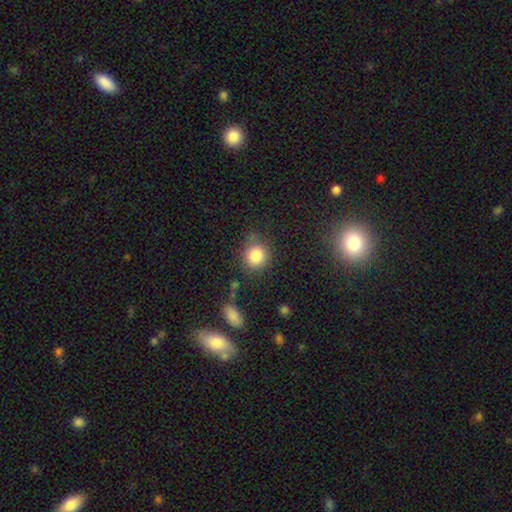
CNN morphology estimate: smooth-or-featured: smooth: 85% | star or artifact: 9% | featured or disk: 5%
  how-rounded: round: 80% | in between: 19% | cigar-shaped: 1%
  merging: none: 75% | minor disturbance: 15% | major disturbance: 5% | merger: 5%